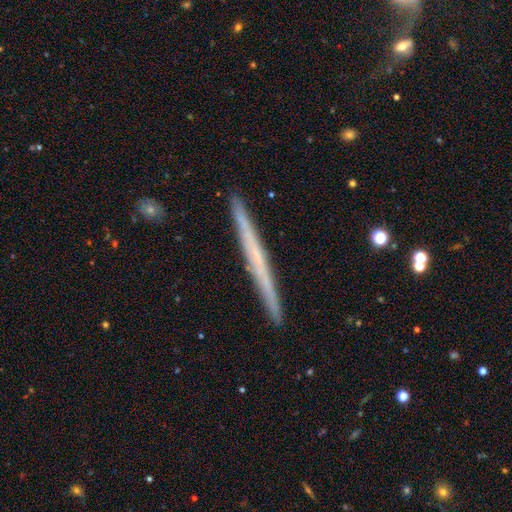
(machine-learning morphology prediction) Q: Smooth or featured?
A: featured or disk (55%); runner-up: smooth (38%)
Q: Edge-on disk?
A: yes (98%); runner-up: no (2%)
Q: Edge-on bulge?
A: none (88%); runner-up: rounded (9%)
Q: Merging?
A: none (92%); runner-up: minor disturbance (5%)